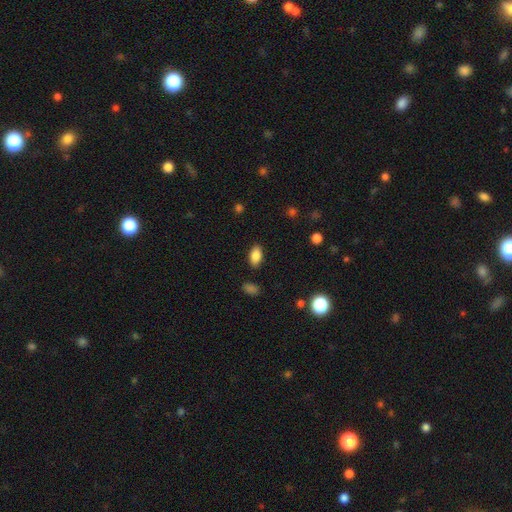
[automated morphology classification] The model was most divided on "smooth or featured": smooth: 86%, star or artifact: 8%, featured or disk: 6%. More confident: how rounded — in between (92%); merging — none (87%).